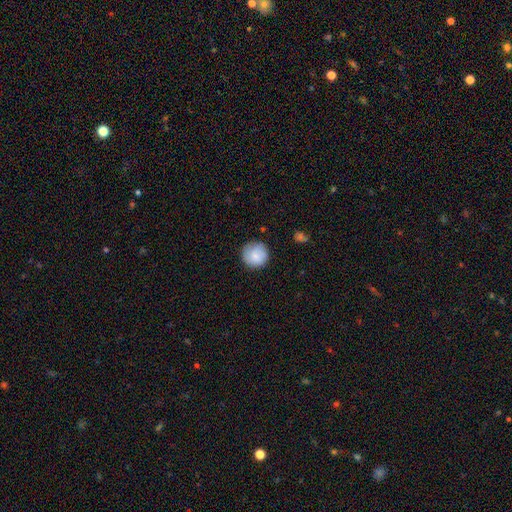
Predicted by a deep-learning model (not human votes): Smooth or featured? smooth (80%)
How rounded? round (94%)
Merging? none (81%)